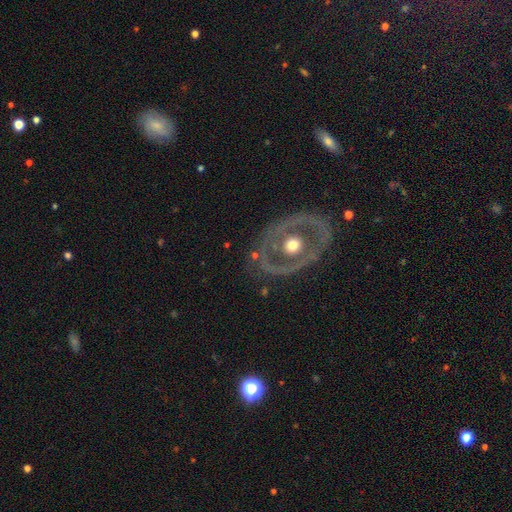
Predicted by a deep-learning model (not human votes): The model was most divided on "spiral arms": no: 71%, yes: 29%. More confident: edge-on disk — no (94%); bar — no (84%); merging — none (77%); bulge size — moderate (76%); smooth or featured — featured or disk (74%).